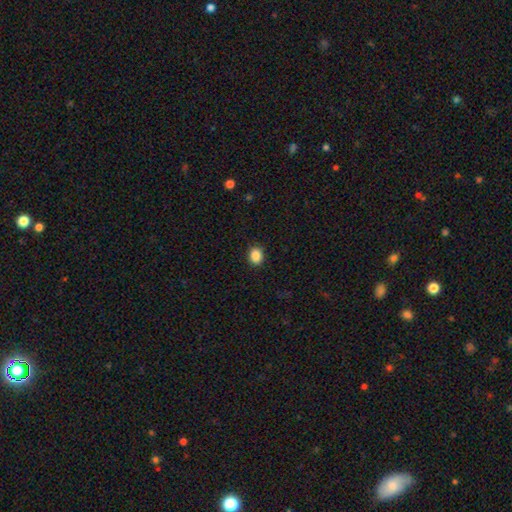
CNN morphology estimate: type=smooth (87%); roundness=round (58%); merging=none (89%).